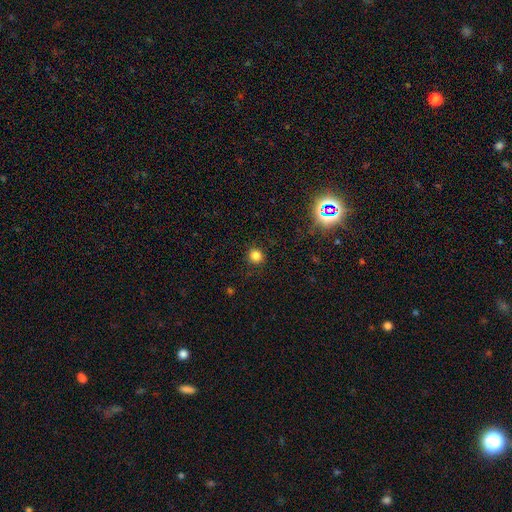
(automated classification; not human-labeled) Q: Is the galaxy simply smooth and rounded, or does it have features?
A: smooth — 81%.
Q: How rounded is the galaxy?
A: round — 94%.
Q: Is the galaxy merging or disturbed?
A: none — 91%.